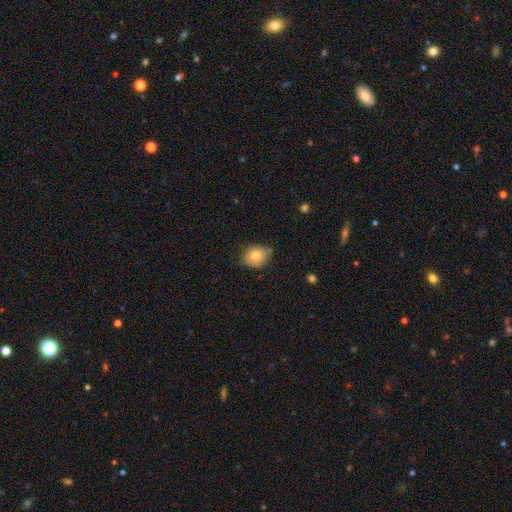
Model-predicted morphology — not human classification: Smooth or featured: smooth — 78% (featured or disk — 14%)
How rounded: round — 56% (in between — 43%)
Merging: none — 75% (minor disturbance — 19%)